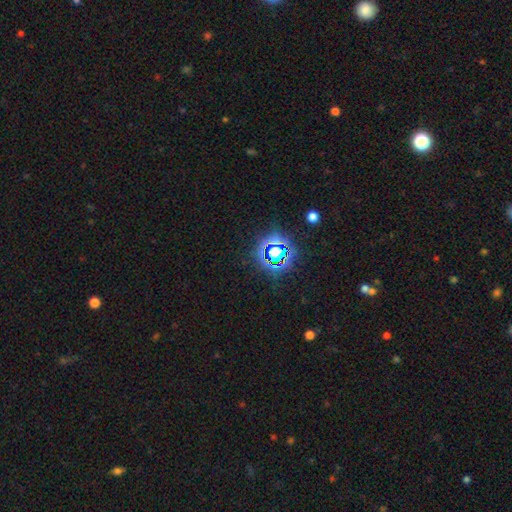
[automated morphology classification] This appears to be a star or artifact, not a galaxy (81%).